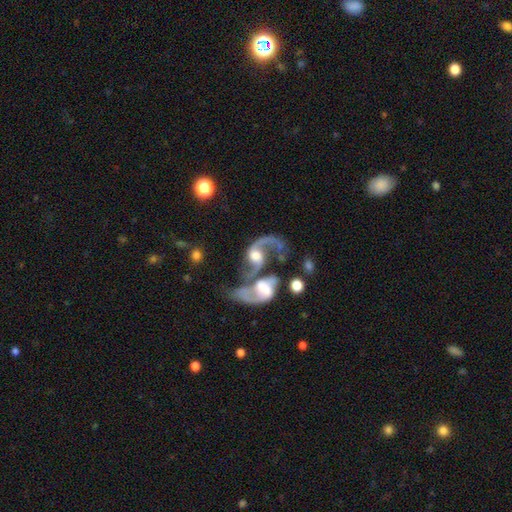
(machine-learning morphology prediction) featured or disk 84%, smooth 9%, star or artifact 7%. Down the decision tree: edge-on disk — no (96%); bar — no (48%); spiral arms — yes (93%); spiral arm count — 2 (81%); spiral winding — loose (69%); bulge size — moderate (49%); merging — merger (61%).